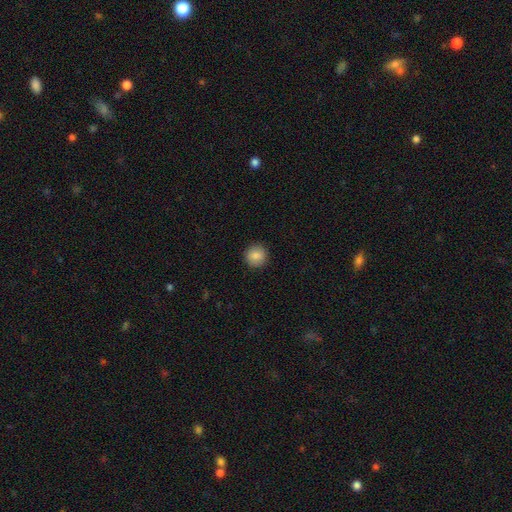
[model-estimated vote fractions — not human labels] A smooth galaxy with no disk features (87%) that is round (93%). Merging: none (91%).